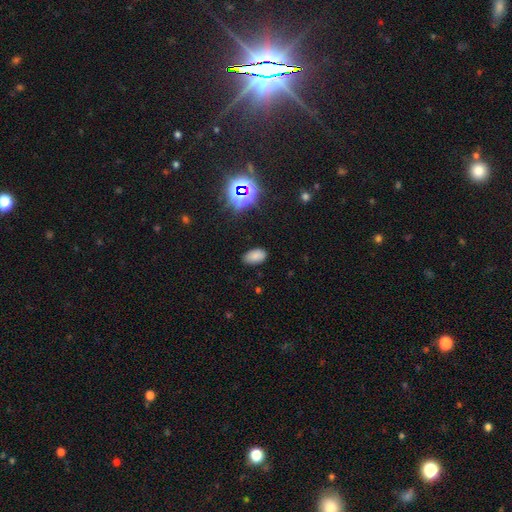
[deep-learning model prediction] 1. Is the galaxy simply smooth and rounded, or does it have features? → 76% smooth, 17% star or artifact, 7% featured or disk.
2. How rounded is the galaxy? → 94% in between, 5% round, 1% cigar-shaped.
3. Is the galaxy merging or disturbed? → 84% none, 12% minor disturbance, 3% major disturbance, 1% merger.